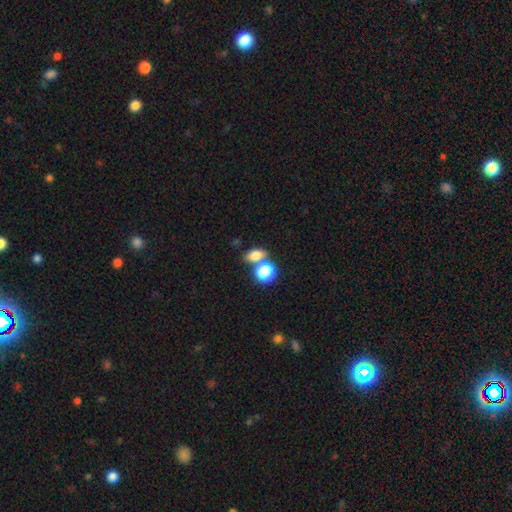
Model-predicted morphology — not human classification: smooth-or-featured: smooth: 78% | star or artifact: 14% | featured or disk: 9%
  how-rounded: in between: 68% | round: 29% | cigar-shaped: 3%
  merging: none: 56% | merger: 30% | minor disturbance: 10% | major disturbance: 4%